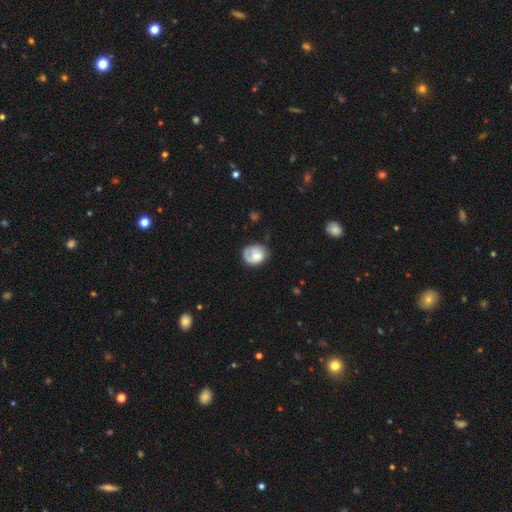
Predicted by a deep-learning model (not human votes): Smooth or featured?
  - smooth: 56% *
  - featured or disk: 38%
  - star or artifact: 7%
How rounded?
  - round: 59% *
  - in between: 40%
  - cigar-shaped: 1%
Merging?
  - none: 53% *
  - minor disturbance: 27%
  - major disturbance: 17%
  - merger: 3%